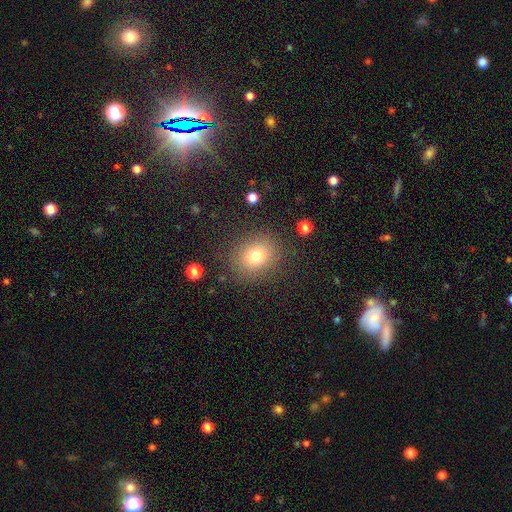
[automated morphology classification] This is likely a smooth galaxy (76%). How rounded: likely round (69%). Merging: clearly none (83%).